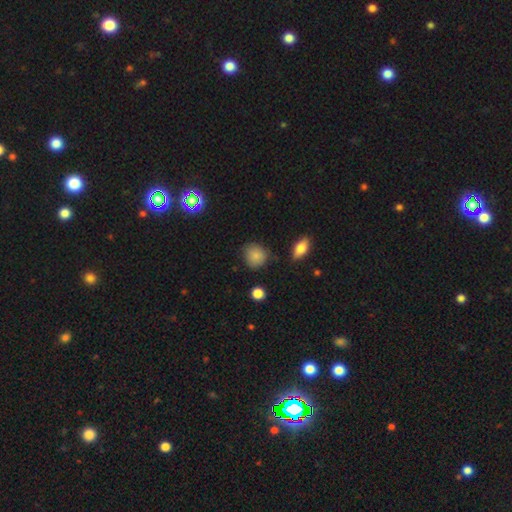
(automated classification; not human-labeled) Smooth or featured? smooth (83%)
How rounded? round (83%)
Merging? none (76%)